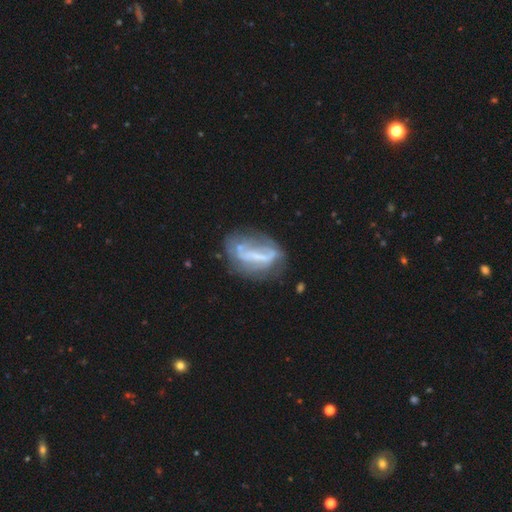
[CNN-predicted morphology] Smooth or featured? featured or disk (63%)
Edge-on disk? no (91%)
Bar? strong (49%)
Spiral arms? no (63%)
Bulge size? none (43%)
Merging? none (44%)